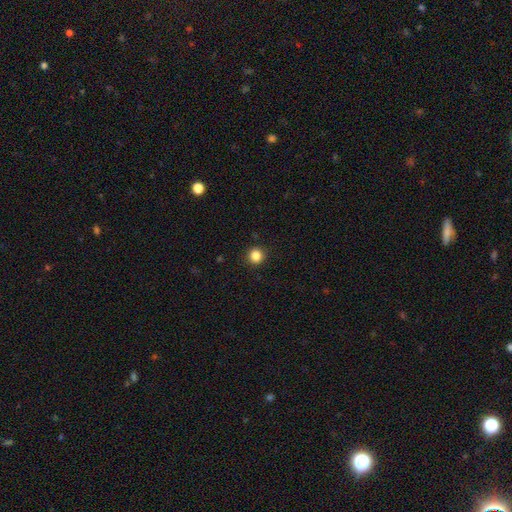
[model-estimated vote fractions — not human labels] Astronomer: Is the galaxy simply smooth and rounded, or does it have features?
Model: smooth — 85%.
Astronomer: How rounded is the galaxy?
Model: round — 92%.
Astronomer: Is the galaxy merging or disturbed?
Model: none — 92%.